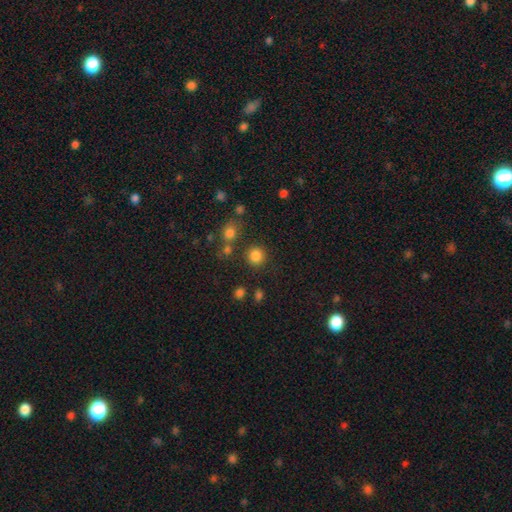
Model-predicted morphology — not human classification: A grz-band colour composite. It shows a smooth galaxy with no disk features (83%) that is round (90%). Merging: none (84%).